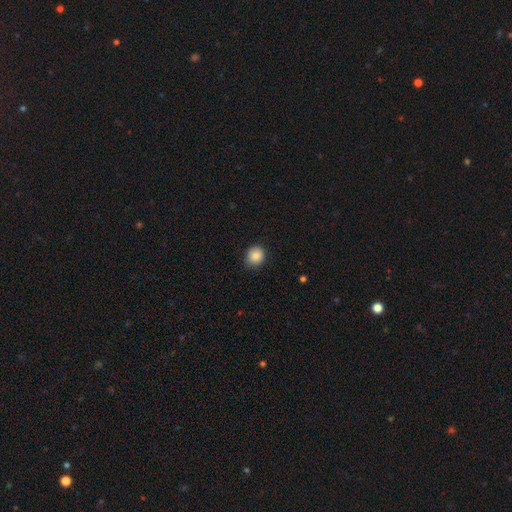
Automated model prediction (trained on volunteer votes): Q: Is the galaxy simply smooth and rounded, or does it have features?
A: smooth — 87%.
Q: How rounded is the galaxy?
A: round — 80%.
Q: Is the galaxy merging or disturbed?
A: none — 83%.